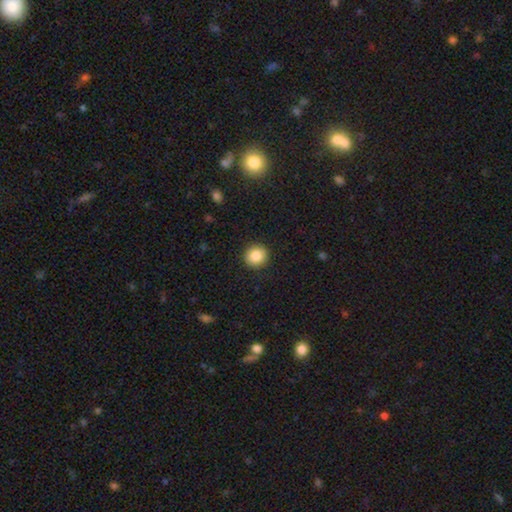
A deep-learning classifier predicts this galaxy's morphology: Q: Smooth or featured?
A: smooth (86%); runner-up: star or artifact (9%)
Q: How rounded?
A: round (91%); runner-up: in between (8%)
Q: Merging?
A: none (91%); runner-up: minor disturbance (6%)